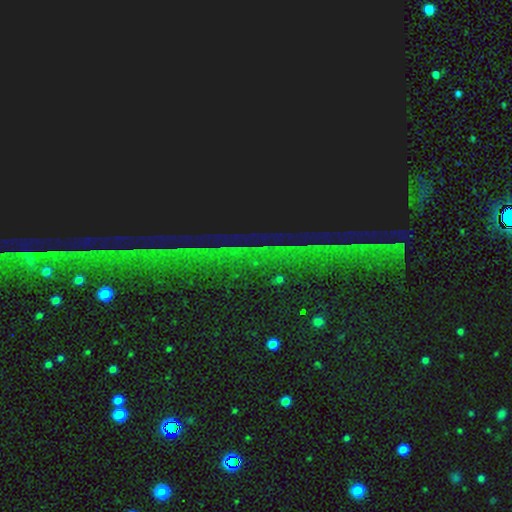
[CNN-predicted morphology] smooth_or_featured: star or artifact (p=0.88) [alt: featured or disk p=0.07]